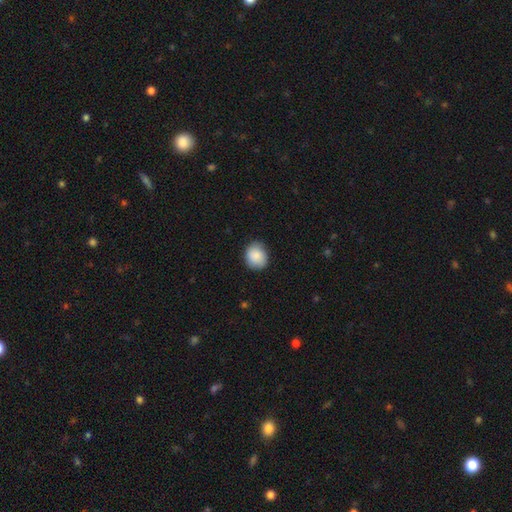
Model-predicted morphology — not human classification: Smooth or featured?
  - smooth: 88% *
  - star or artifact: 7%
  - featured or disk: 5%
How rounded?
  - round: 69% *
  - in between: 30%
  - cigar-shaped: 1%
Merging?
  - none: 83% *
  - minor disturbance: 13%
  - major disturbance: 3%
  - merger: 1%